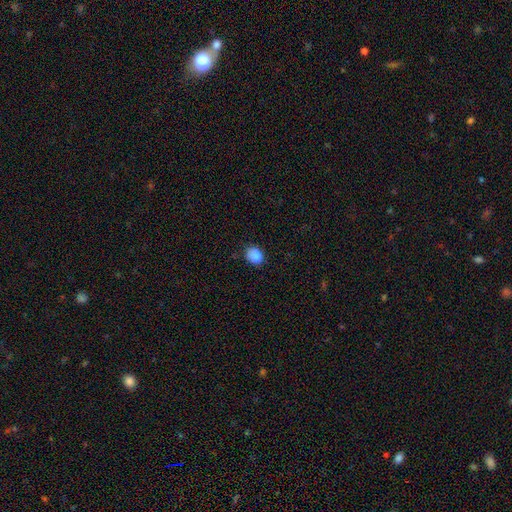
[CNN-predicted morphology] smooth-or-featured: smooth: 87% | star or artifact: 9% | featured or disk: 4%
  how-rounded: round: 56% | in between: 43% | cigar-shaped: 1%
  merging: none: 78% | minor disturbance: 18% | major disturbance: 3% | merger: 1%